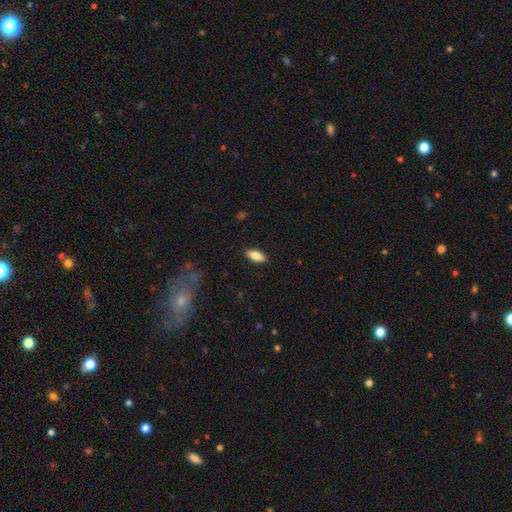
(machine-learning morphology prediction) Smooth or featured? Predicted: smooth (p=0.82). How rounded? Predicted: in between (p=0.82). Merging? Predicted: none (p=0.89).